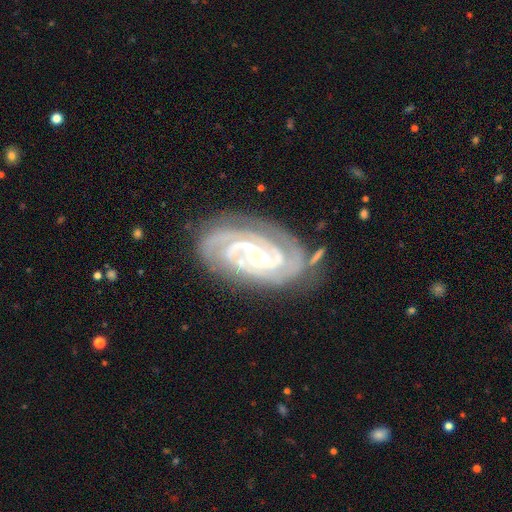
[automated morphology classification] Smooth or featured? Predicted: featured or disk (p=0.91). Edge-on disk? Predicted: no (p=0.96). Bar? Predicted: no (p=0.47). Spiral arms? Predicted: yes (p=0.98). Spiral winding? Predicted: tight (p=0.69). Spiral arm count? Predicted: 2 (p=0.41). Bulge size? Predicted: small (p=0.73). Merging? Predicted: none (p=0.73).